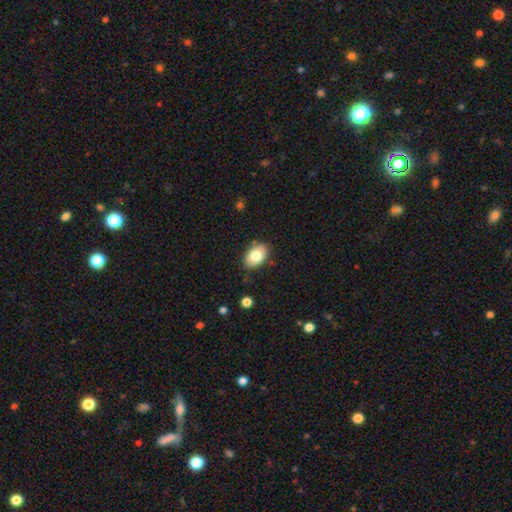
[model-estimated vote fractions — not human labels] Morphology: type=smooth (80%); roundness=in between (88%); merging=none (82%).